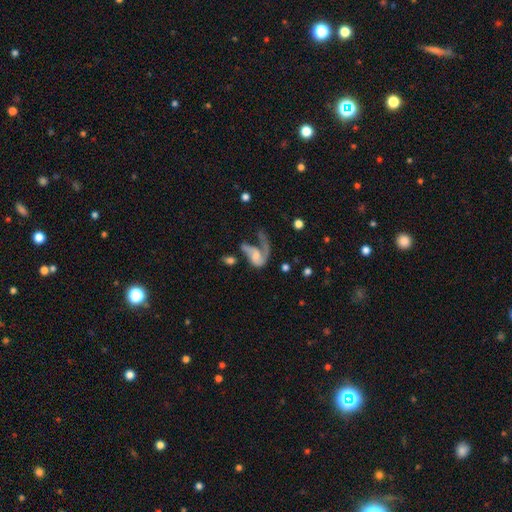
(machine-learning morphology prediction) Smooth or featured? featured or disk (67%)
Edge-on disk? no (97%)
Bar? no (62%)
Spiral arms? yes (78%)
Spiral winding? loose (64%)
Spiral arm count? 1 (64%)
Bulge size? small (37%)
Merging? major disturbance (52%)